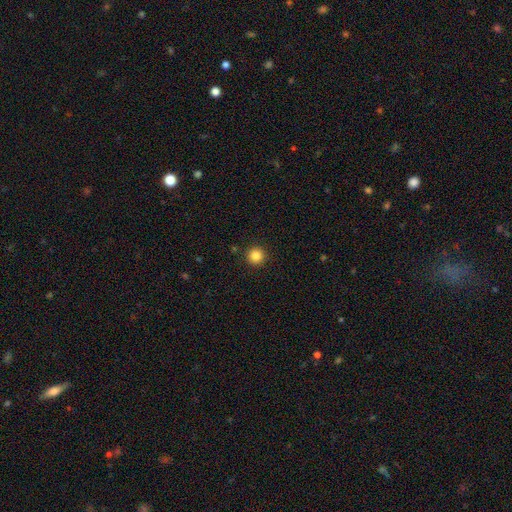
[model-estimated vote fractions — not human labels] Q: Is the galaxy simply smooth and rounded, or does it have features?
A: smooth — 85%.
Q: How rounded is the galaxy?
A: round — 96%.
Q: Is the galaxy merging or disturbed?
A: none — 92%.